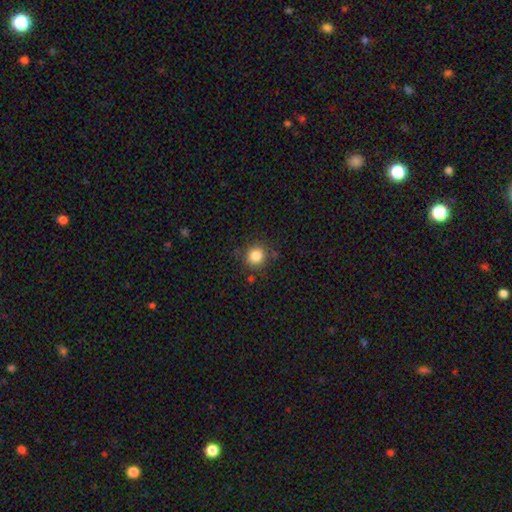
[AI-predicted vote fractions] Smooth or featured: smooth — 84% (star or artifact — 11%)
How rounded: round — 88% (in between — 11%)
Merging: none — 82% (minor disturbance — 11%)